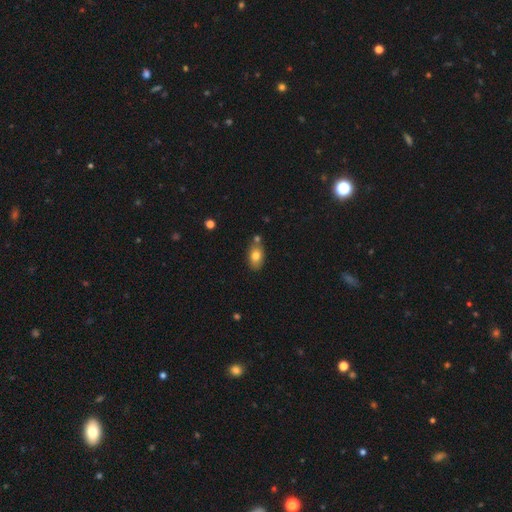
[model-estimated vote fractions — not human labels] Smooth or featured: smooth — 78% (featured or disk — 13%)
How rounded: in between — 87% (round — 10%)
Merging: none — 70% (minor disturbance — 15%)